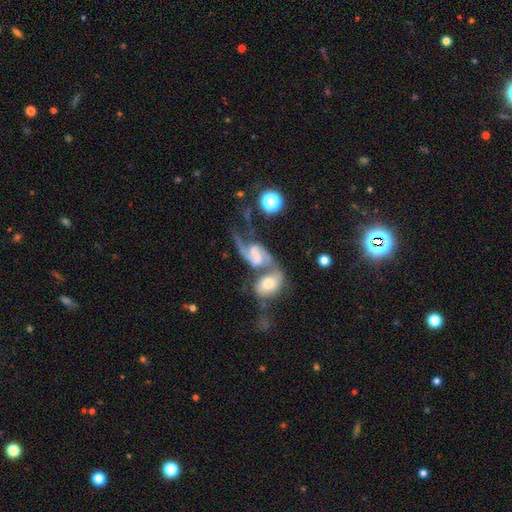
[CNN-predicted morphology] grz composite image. It shows a featured or disk galaxy (80%) with a weak bar (42%), 2 (83%) loose (57%) spiral arms (93%) and a small central bulge (35%). Merging: merger (58%).